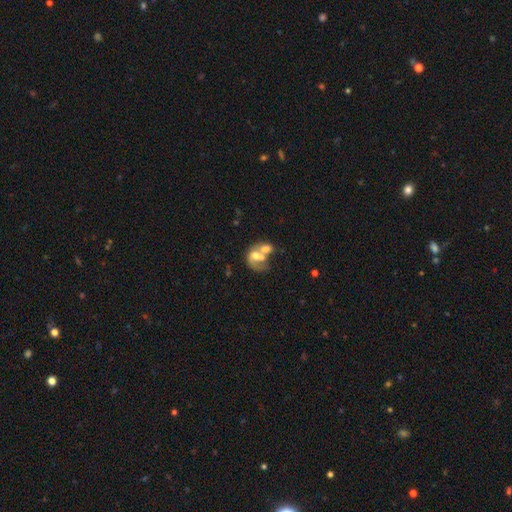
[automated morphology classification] type=featured or disk (47%); merging=merger (70%).